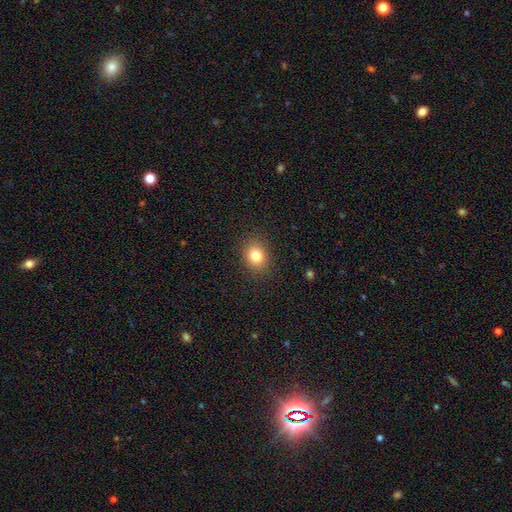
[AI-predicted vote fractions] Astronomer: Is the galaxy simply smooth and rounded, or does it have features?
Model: smooth — 81%.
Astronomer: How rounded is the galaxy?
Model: round — 57% (runner-up: in between, 42%).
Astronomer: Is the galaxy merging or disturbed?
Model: none — 88%.